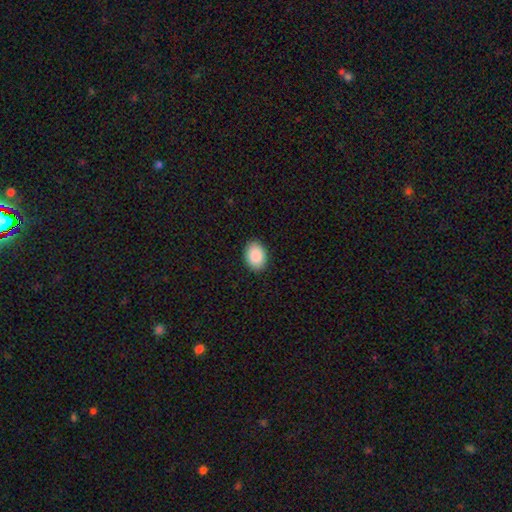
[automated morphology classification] A smooth galaxy with no disk features (90%) that is in between round and cigar-shaped (77%).

Vote fractions:
- Smooth or featured? smooth: 90% / star or artifact: 7% / featured or disk: 3%
- How rounded? in between: 77% / round: 22% / cigar-shaped: 1%
- Merging? none: 90% / minor disturbance: 7% / major disturbance: 2% / merger: 1%